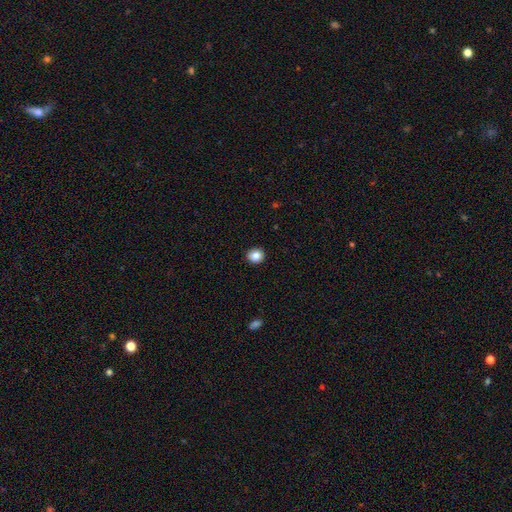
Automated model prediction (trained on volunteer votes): Smooth or featured? Predicted: smooth (p=0.86). How rounded? Predicted: round (p=0.83). Merging? Predicted: none (p=0.92).